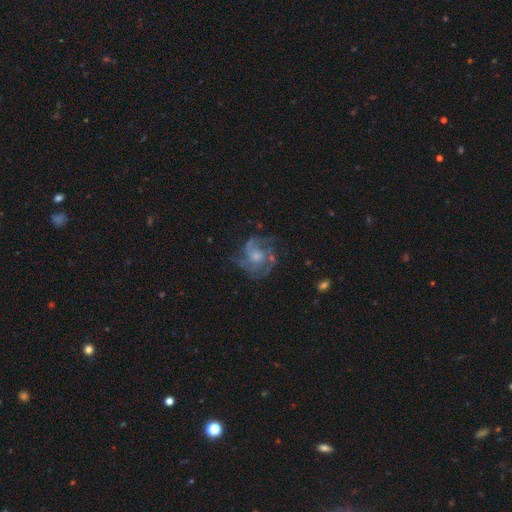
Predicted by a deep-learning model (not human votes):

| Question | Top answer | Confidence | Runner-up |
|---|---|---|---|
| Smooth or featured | featured or disk | 77% | smooth (15%) |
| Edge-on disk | no | 98% | yes (2%) |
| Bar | no | 77% | weak (20%) |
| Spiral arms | yes | 87% | no (13%) |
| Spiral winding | medium | 46% | tight (36%) |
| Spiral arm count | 3 | 31% | can't tell (25%) |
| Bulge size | moderate | 44% | small (32%) |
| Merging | none | 58% | minor disturbance (20%) |